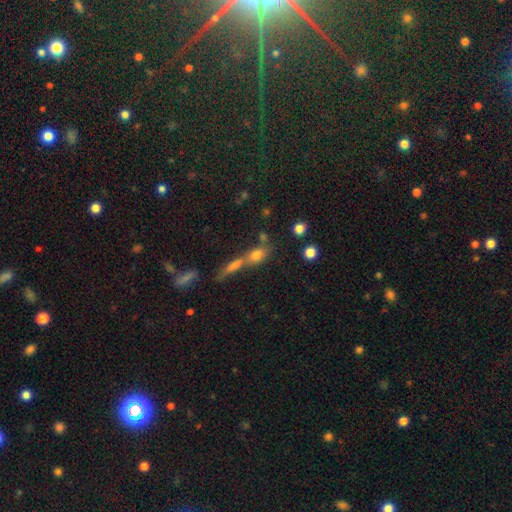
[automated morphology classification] Smooth or featured: smooth — 71% (featured or disk — 16%)
How rounded: in between — 56% (round — 25%)
Merging: merger — 46% (none — 38%)